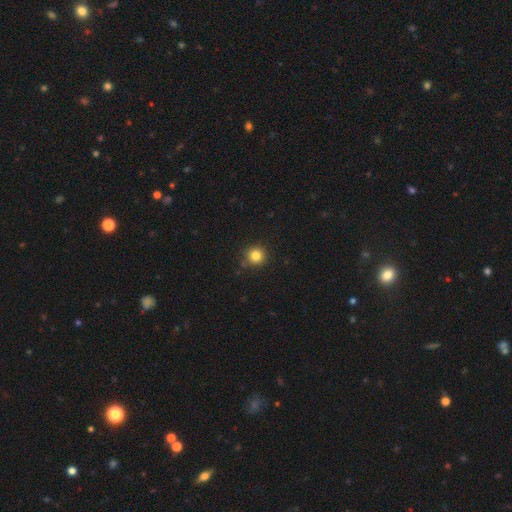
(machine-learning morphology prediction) smooth 83%, star or artifact 12%, featured or disk 5%. Down the decision tree: how rounded — round (94%); merging — none (87%).